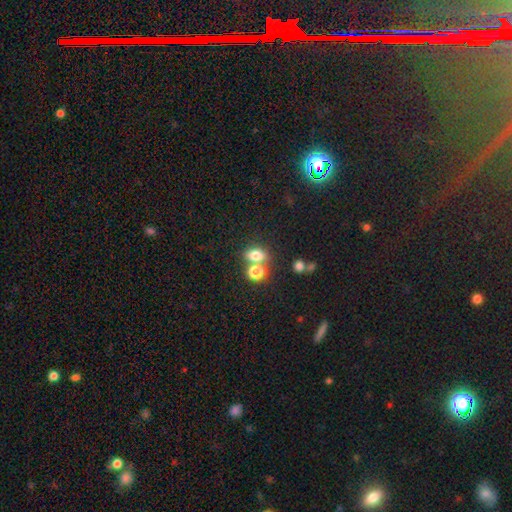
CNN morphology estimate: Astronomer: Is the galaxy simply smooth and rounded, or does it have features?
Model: smooth — 73%.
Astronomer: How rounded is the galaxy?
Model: in between — 63%.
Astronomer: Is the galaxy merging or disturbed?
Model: none — 54% (runner-up: merger, 30%).